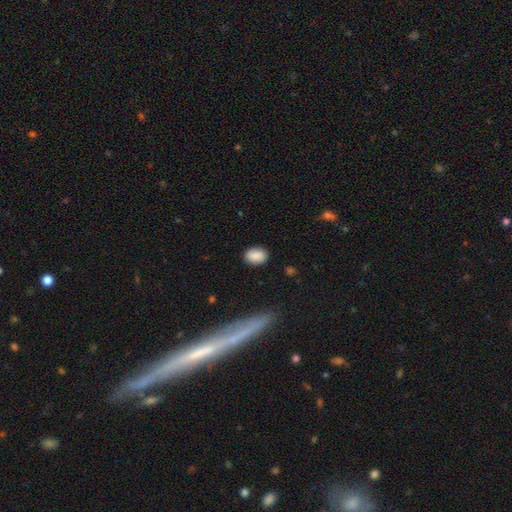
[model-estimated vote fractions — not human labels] Morphology: type=smooth (87%); roundness=in between (73%); merging=none (84%).